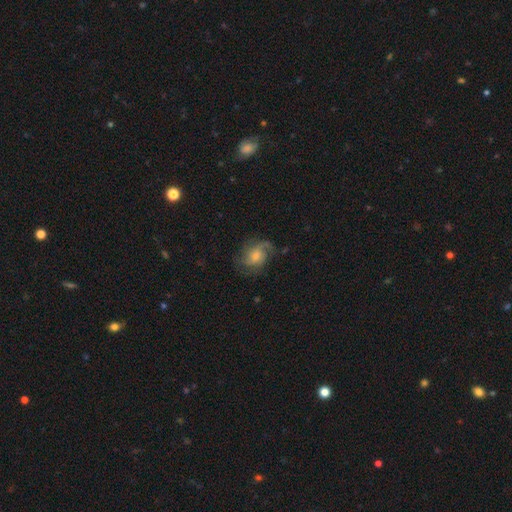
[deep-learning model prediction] This is likely a featured or disk galaxy (67%). It is clearly not viewed edge-on (97%). Bar: likely no (69%). Spiral arm pattern: clearly yes (90%). Spiral arm count: marginally 2 (42%). Spiral winding: marginally medium (45%). Central bulge: possibly moderate (46%). Merging: likely none (64%).